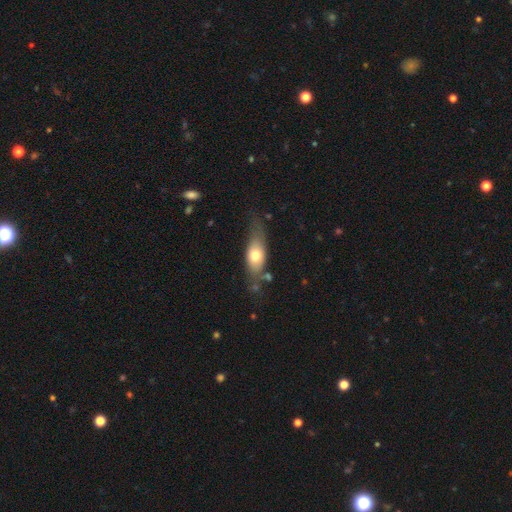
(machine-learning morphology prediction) smooth_or_featured: smooth (p=0.64) [alt: featured or disk p=0.30]
how_rounded: in between (p=0.79) [alt: cigar-shaped p=0.16]
merging: none (p=0.50) [alt: minor disturbance p=0.30]